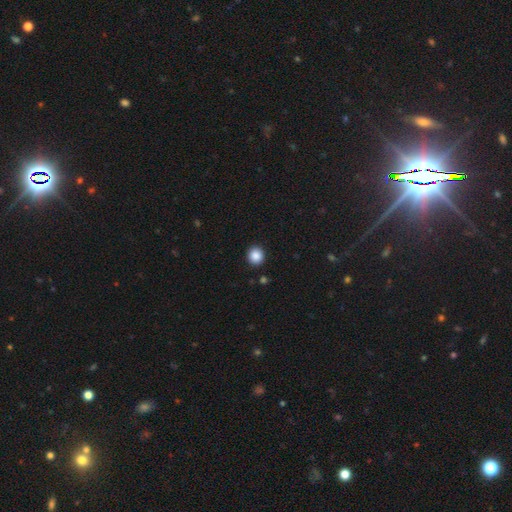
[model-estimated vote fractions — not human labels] Morphology: type=smooth (87%); roundness=round (90%); merging=none (91%).